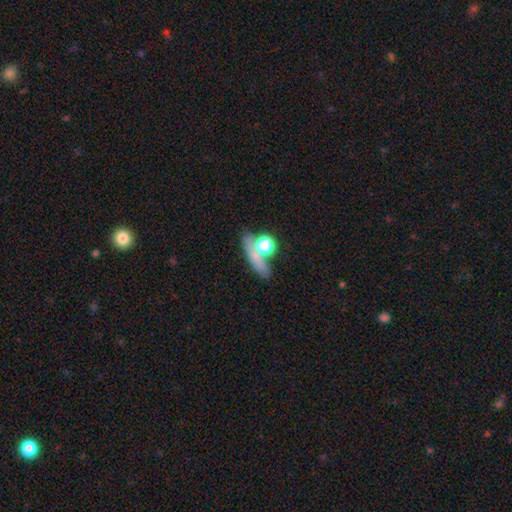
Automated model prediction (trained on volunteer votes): Overall: smooth (61%; featured or disk 21%). How rounded: round (36%; in between 34%). Merging: none (56%; merger 19%).